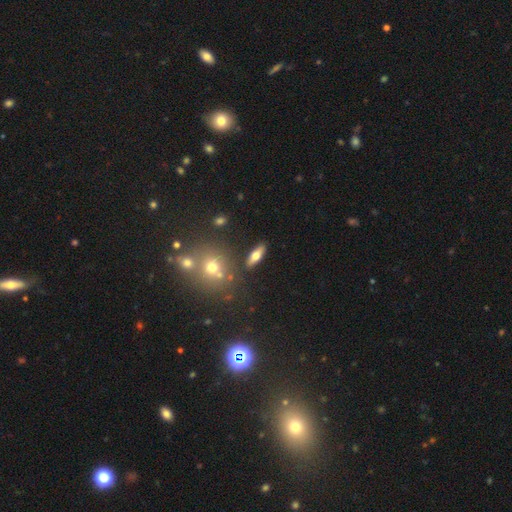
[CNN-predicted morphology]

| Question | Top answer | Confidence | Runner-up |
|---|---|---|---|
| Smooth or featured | smooth | 56% | featured or disk (36%) |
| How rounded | in between | 55% | cigar-shaped (39%) |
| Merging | none | 85% | minor disturbance (9%) |